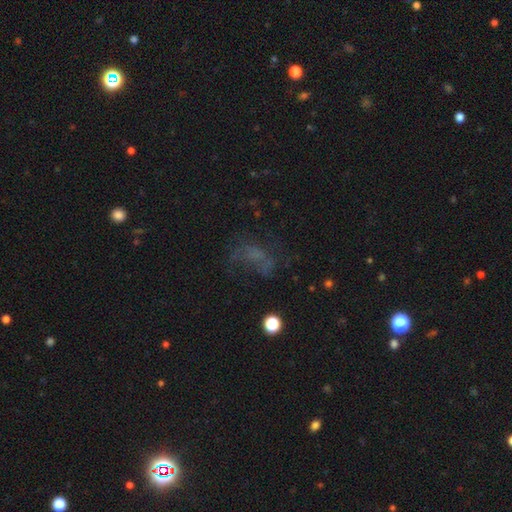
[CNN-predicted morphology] Smooth or featured?
  - featured or disk: 35% *
  - smooth: 33%
  - star or artifact: 32%
Merging?
  - none: 40% *
  - major disturbance: 36%
  - minor disturbance: 19%
  - merger: 4%